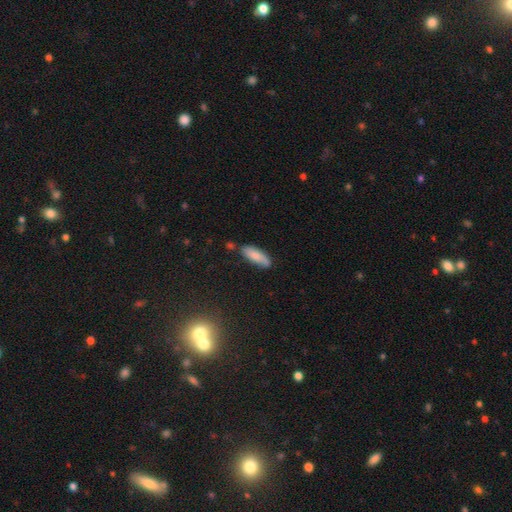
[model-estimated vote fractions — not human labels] smooth-or-featured: smooth: 77% | featured or disk: 17% | star or artifact: 7%
  how-rounded: in between: 60% | cigar-shaped: 38% | round: 2%
  merging: none: 72% | minor disturbance: 20% | merger: 4% | major disturbance: 4%